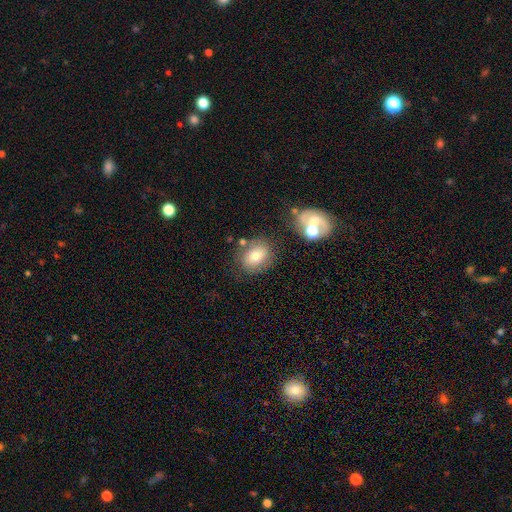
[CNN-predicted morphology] A smooth galaxy with no disk features (70%) that is in between round and cigar-shaped (55%). Merging: none (70%).